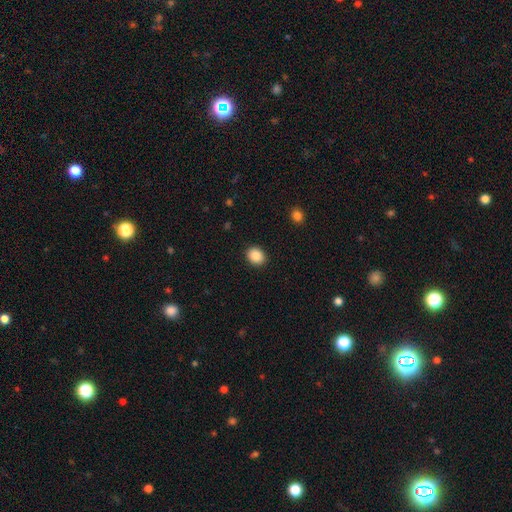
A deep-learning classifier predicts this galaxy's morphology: This appears to be a smooth galaxy with no disk features (88%) that is round (62%). Merging: none (91%).